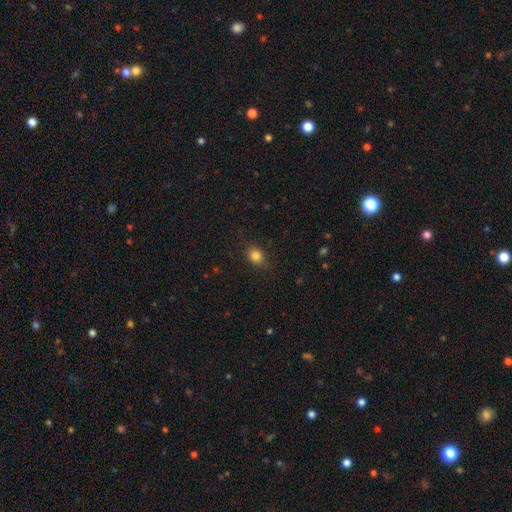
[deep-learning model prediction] smooth-or-featured: smooth: 83% | star or artifact: 11% | featured or disk: 6%
  how-rounded: round: 55% | in between: 44% | cigar-shaped: 1%
  merging: none: 81% | minor disturbance: 14% | major disturbance: 4% | merger: 1%